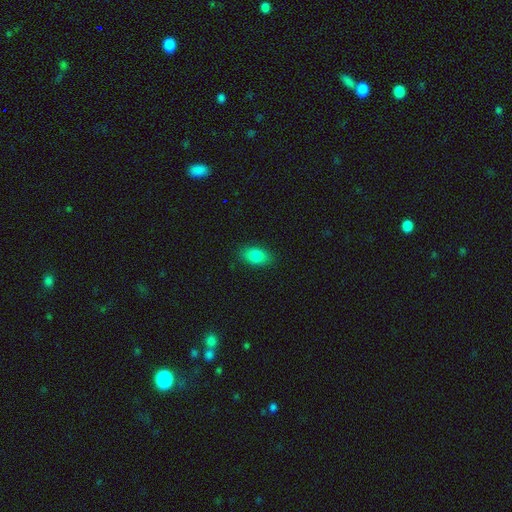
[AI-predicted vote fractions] smooth 84%, star or artifact 9%, featured or disk 7%. Down the decision tree: how rounded — in between (87%); merging — none (86%).